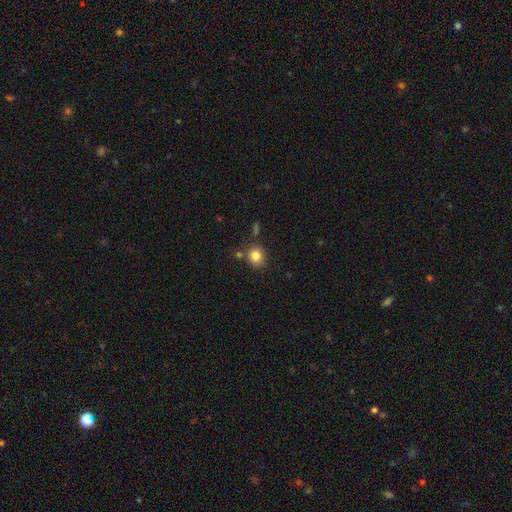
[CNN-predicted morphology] Overall: smooth (83%). How rounded: round (79%). Merging: none (77%).